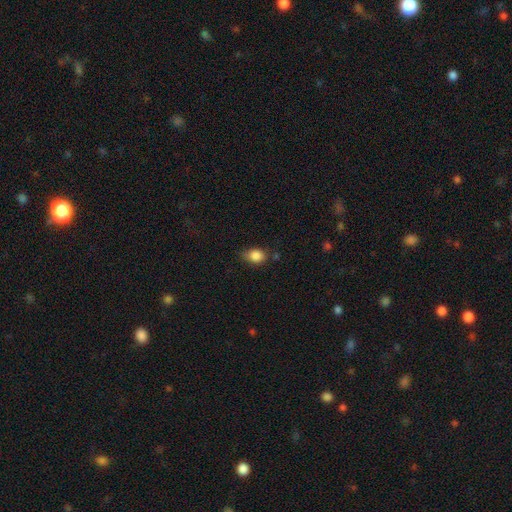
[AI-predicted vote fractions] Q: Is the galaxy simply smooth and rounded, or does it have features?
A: smooth — 86%.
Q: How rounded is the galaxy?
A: in between — 66%.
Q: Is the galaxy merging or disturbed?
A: none — 64%.